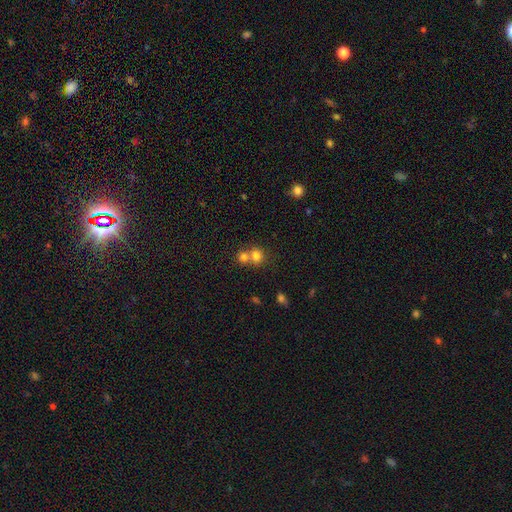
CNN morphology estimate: smooth-or-featured: smooth: 77% | star or artifact: 13% | featured or disk: 10%
  how-rounded: round: 80% | in between: 19% | cigar-shaped: 1%
  merging: merger: 53% | none: 39% | minor disturbance: 6% | major disturbance: 3%